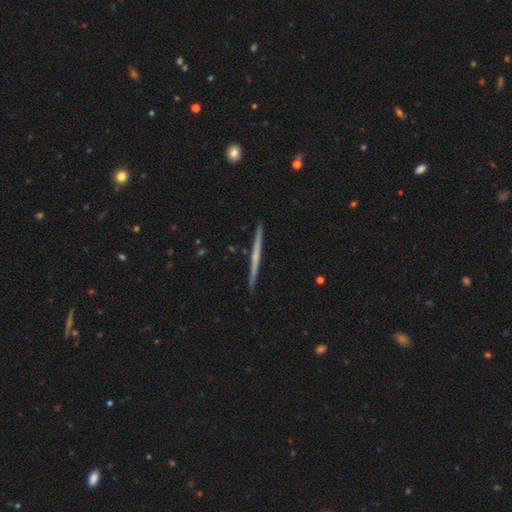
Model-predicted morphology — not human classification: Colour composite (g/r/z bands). It shows a featured or disk galaxy (60%) viewed edge-on (98%) with no central bulge (82%). Merging: none (92%).